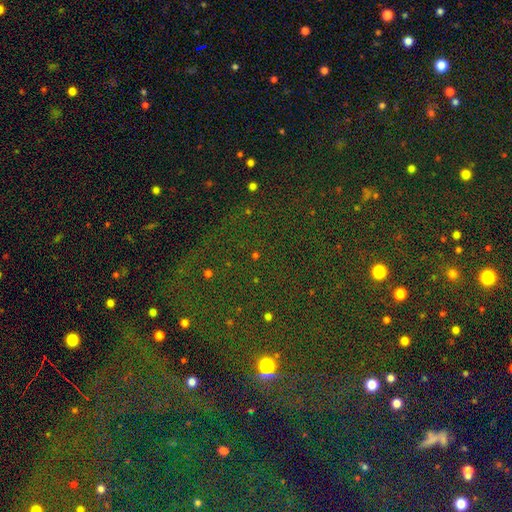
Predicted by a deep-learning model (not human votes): A star or artifact, not a galaxy (76%).